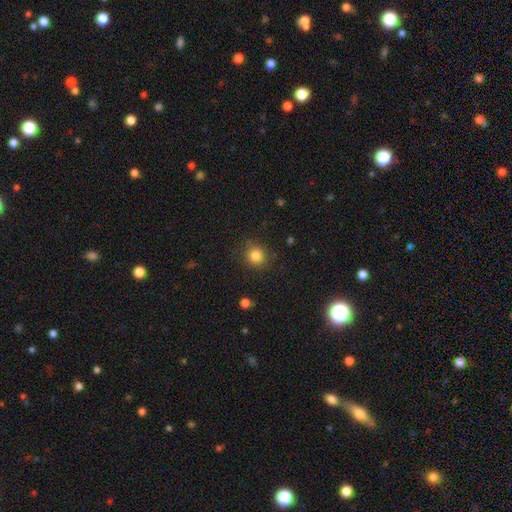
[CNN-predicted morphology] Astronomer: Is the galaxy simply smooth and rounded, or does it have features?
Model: smooth — 84%.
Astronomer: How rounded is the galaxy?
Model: round — 86%.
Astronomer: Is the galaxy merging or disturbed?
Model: none — 84%.